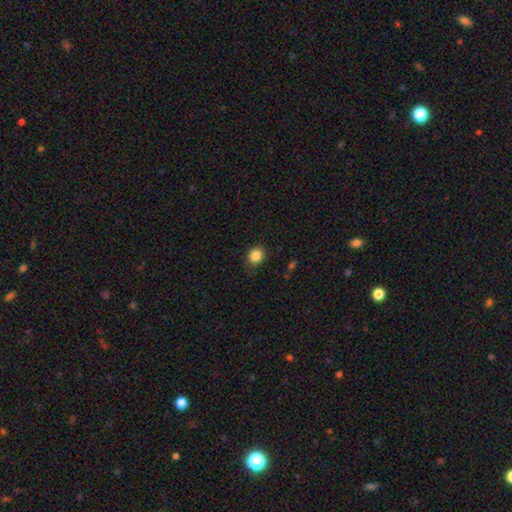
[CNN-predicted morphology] Smooth or featured: smooth — 85% (star or artifact — 10%)
How rounded: round — 76% (in between — 23%)
Merging: none — 86% (minor disturbance — 11%)